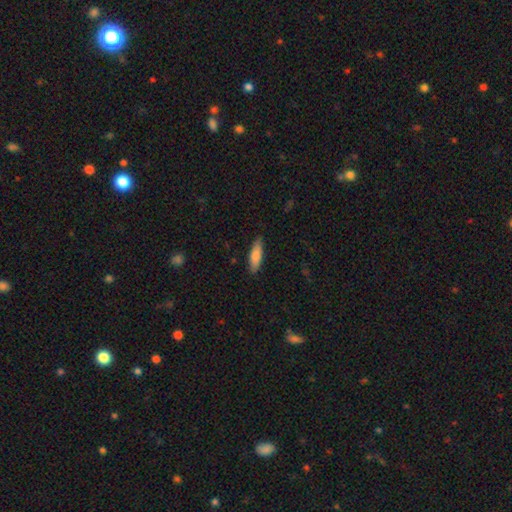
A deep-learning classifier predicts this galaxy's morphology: smooth-or-featured: smooth: 81% | featured or disk: 13% | star or artifact: 6%
  how-rounded: cigar-shaped: 58% | in between: 40% | round: 2%
  merging: none: 85% | minor disturbance: 12% | major disturbance: 2% | merger: 1%